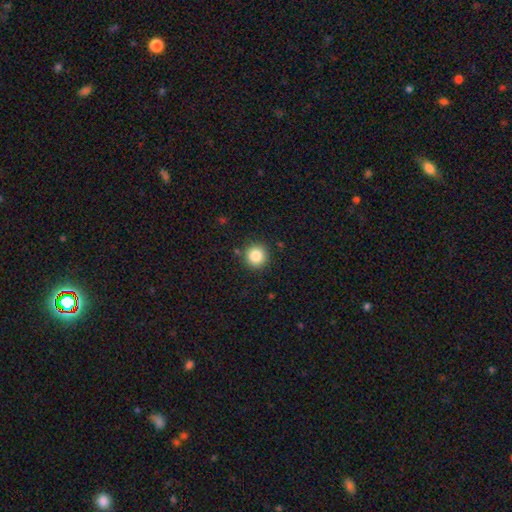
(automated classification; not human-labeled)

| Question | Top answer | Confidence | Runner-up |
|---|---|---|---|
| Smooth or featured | smooth | 85% | star or artifact (10%) |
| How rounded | round | 94% | in between (6%) |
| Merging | none | 88% | minor disturbance (7%) |